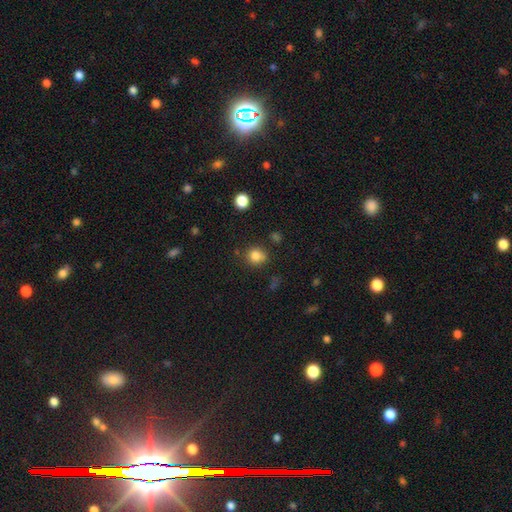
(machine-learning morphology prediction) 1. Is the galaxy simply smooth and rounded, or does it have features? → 82% smooth, 12% star or artifact, 6% featured or disk.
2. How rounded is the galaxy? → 81% round, 18% in between, 1% cigar-shaped.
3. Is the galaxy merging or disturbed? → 74% none, 15% minor disturbance, 6% merger, 4% major disturbance.